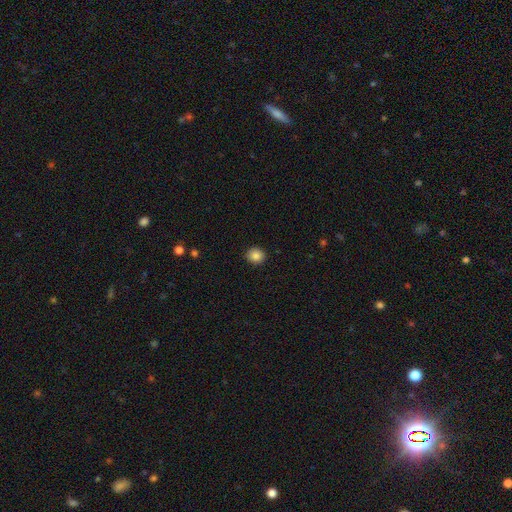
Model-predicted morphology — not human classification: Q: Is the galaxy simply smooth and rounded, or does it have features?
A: smooth — 86%.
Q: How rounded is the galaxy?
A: round — 85%.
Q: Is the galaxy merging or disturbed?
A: none — 92%.